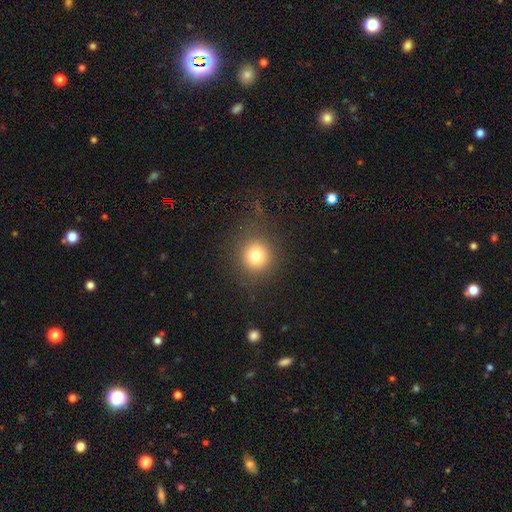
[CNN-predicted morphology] Smooth or featured?
  - smooth: 77% *
  - star or artifact: 14%
  - featured or disk: 9%
How rounded?
  - round: 92% *
  - in between: 7%
  - cigar-shaped: 1%
Merging?
  - none: 84% *
  - minor disturbance: 9%
  - major disturbance: 6%
  - merger: 2%